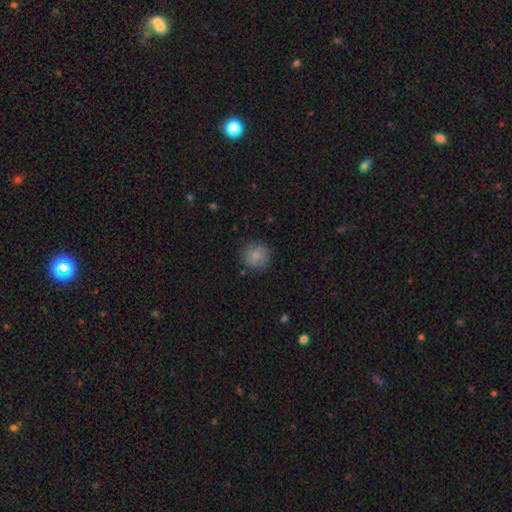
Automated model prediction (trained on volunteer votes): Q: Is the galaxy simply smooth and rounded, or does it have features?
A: smooth — 83%.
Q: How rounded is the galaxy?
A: round — 92%.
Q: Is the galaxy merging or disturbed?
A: none — 83%.